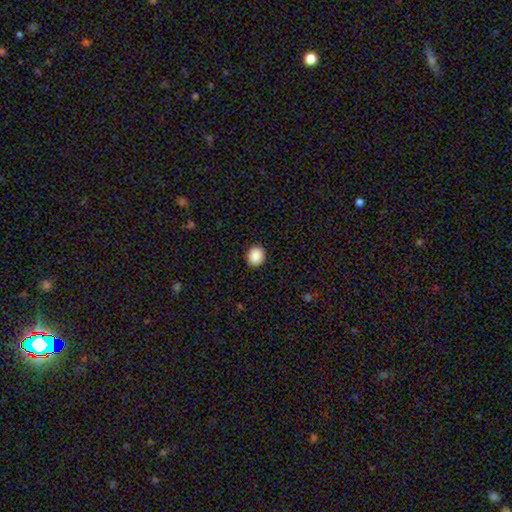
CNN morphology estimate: Smooth or featured: smooth — 89% (star or artifact — 8%)
How rounded: round — 72% (in between — 28%)
Merging: none — 91% (minor disturbance — 6%)